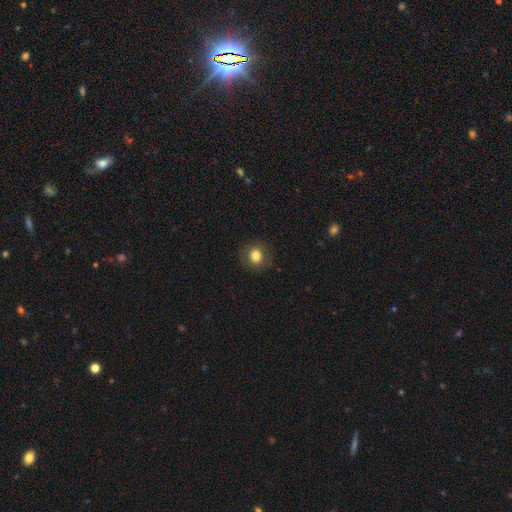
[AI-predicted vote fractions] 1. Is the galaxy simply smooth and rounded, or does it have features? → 80% smooth, 11% featured or disk, 10% star or artifact.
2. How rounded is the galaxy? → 84% round, 15% in between, 1% cigar-shaped.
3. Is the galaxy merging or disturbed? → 86% none, 10% minor disturbance, 4% major disturbance, 1% merger.